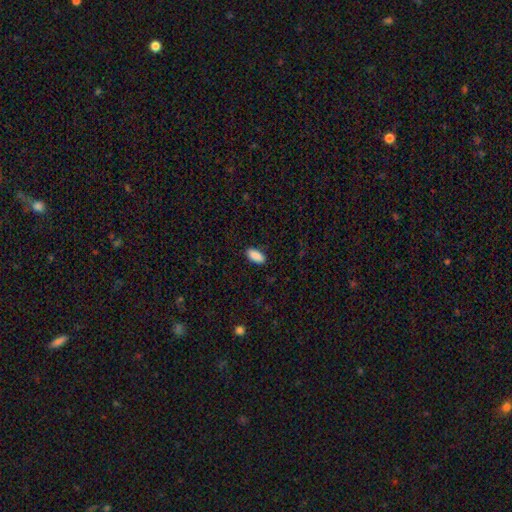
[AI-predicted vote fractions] This appears to be a smooth galaxy with no disk features (90%) that is in between round and cigar-shaped (90%). Merging: none (89%).